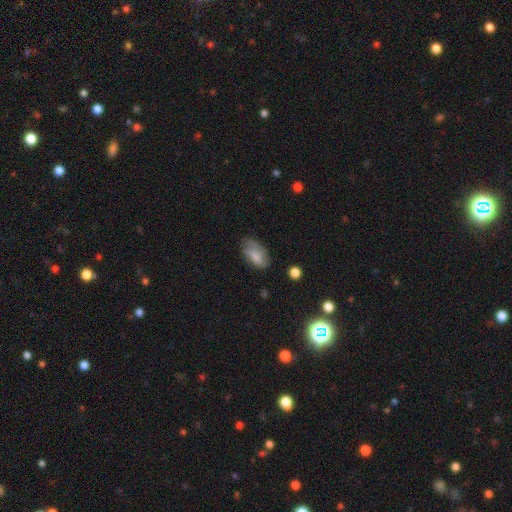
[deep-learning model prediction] Smooth or featured: smooth — 77% (featured or disk — 16%)
How rounded: in between — 91% (cigar-shaped — 5%)
Merging: none — 60% (minor disturbance — 29%)